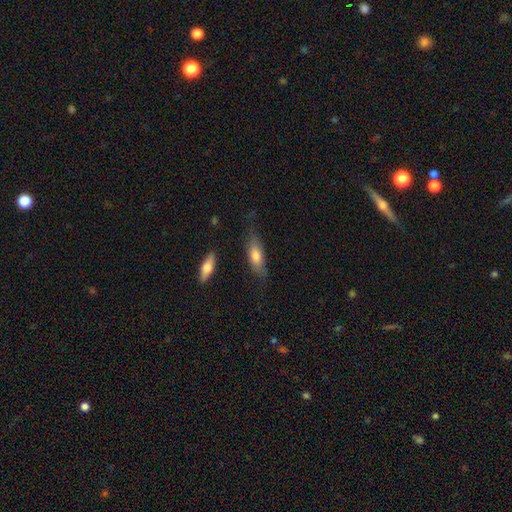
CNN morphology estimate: smooth_or_featured: smooth (p=0.71) [alt: featured or disk p=0.22]
how_rounded: in between (p=0.59) [alt: cigar-shaped p=0.38]
merging: none (p=0.69) [alt: minor disturbance p=0.22]